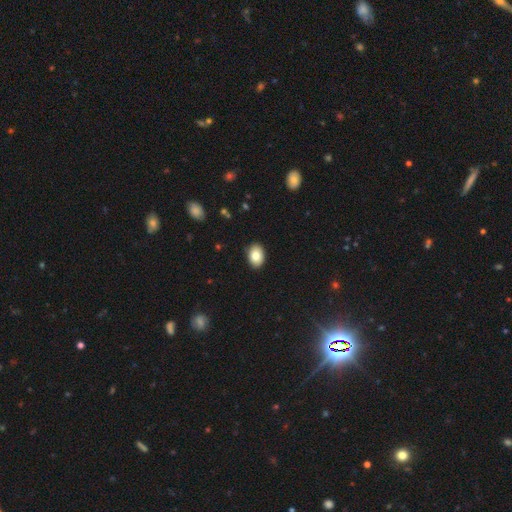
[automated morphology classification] smooth 82%, featured or disk 10%, star or artifact 8%. Down the decision tree: how rounded — in between (80%); merging — none (89%).